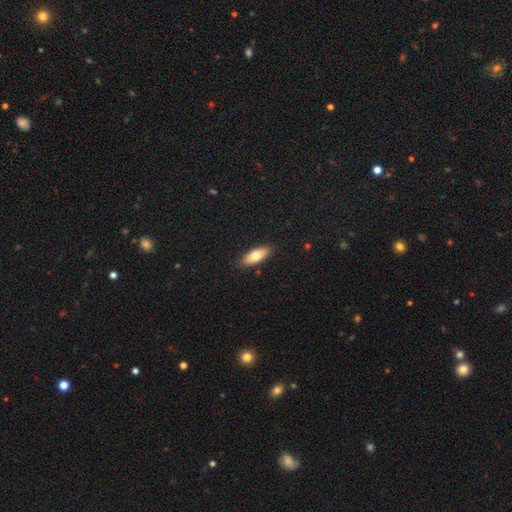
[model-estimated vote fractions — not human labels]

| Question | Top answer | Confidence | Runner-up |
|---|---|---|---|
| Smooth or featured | smooth | 73% | featured or disk (21%) |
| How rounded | in between | 79% | cigar-shaped (18%) |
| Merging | none | 89% | minor disturbance (9%) |